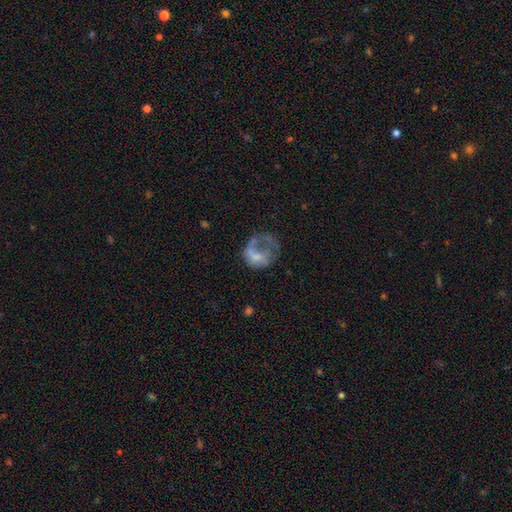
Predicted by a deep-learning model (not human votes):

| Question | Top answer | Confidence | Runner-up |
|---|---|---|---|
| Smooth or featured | smooth | 46% | featured or disk (43%) |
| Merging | major disturbance | 54% | none (24%) |